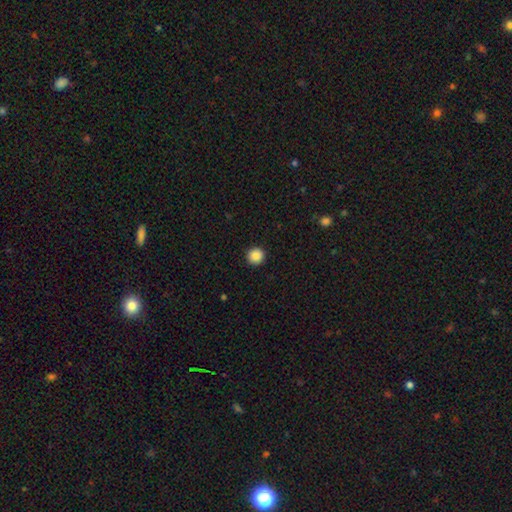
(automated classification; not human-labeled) The model was most divided on "smooth or featured": smooth: 87%, star or artifact: 10%, featured or disk: 3%. More confident: how rounded — round (94%); merging — none (93%).